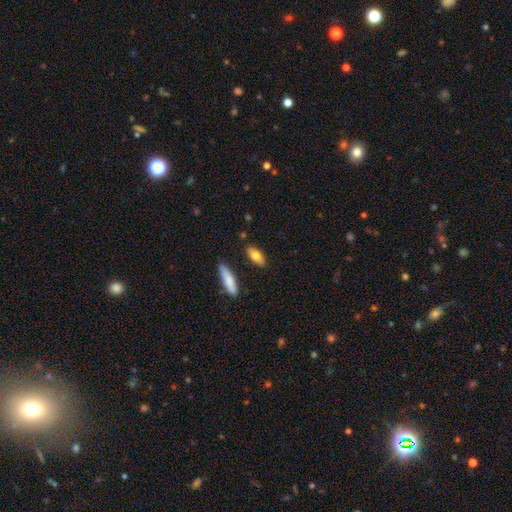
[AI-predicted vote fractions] A smooth galaxy with no disk features (75%) that is in between round and cigar-shaped (76%). Merging: none (84%).